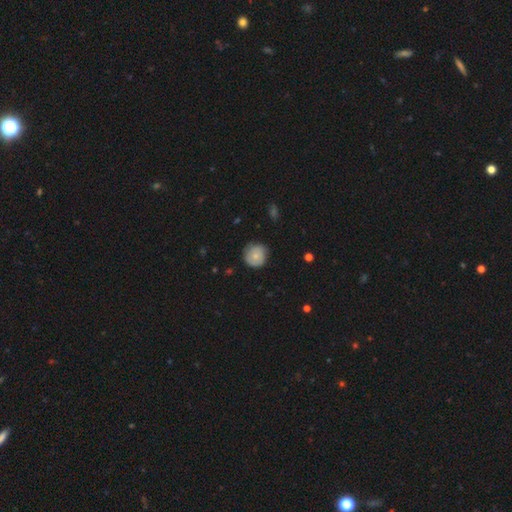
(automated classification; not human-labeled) smooth-or-featured: smooth: 74% | featured or disk: 18% | star or artifact: 7%
  how-rounded: round: 93% | in between: 7% | cigar-shaped: 1%
  merging: none: 75% | minor disturbance: 20% | major disturbance: 4% | merger: 1%